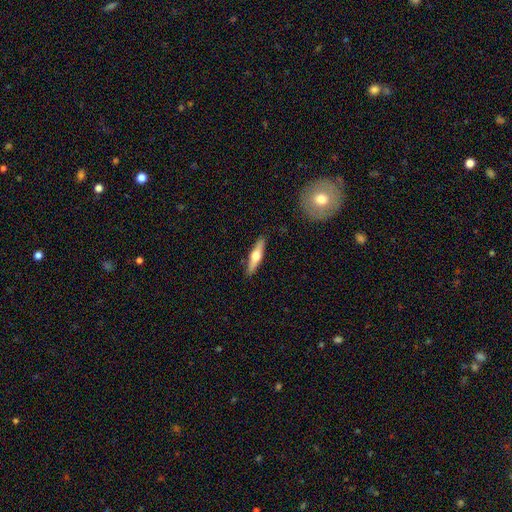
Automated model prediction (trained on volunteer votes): This is possibly a featured or disk galaxy (57%). It is clearly viewed edge-on (95%). Edge-on bulge: clearly rounded (95%). Merging: clearly none (90%).